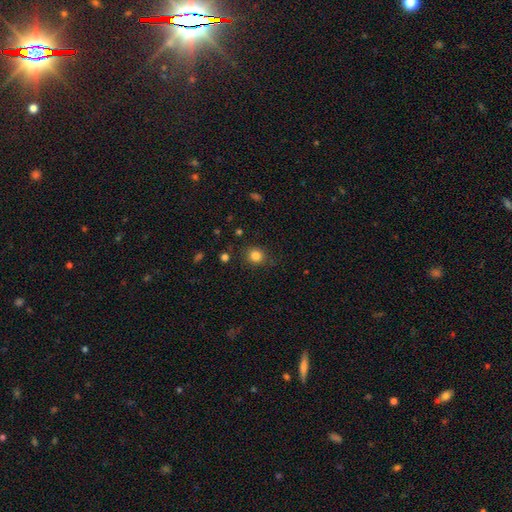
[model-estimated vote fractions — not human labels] Q: Smooth or featured?
A: smooth (83%); runner-up: star or artifact (12%)
Q: How rounded?
A: round (86%); runner-up: in between (13%)
Q: Merging?
A: none (85%); runner-up: minor disturbance (10%)